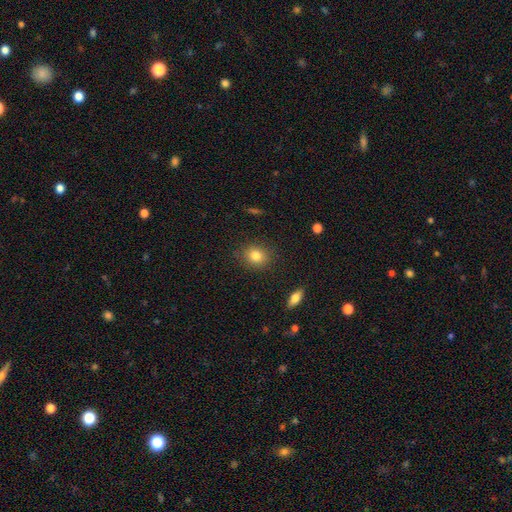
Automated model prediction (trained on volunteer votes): The model was most divided on "how rounded": round: 65%, in between: 34%, cigar-shaped: 1%. More confident: merging — none (86%); smooth or featured — smooth (83%).